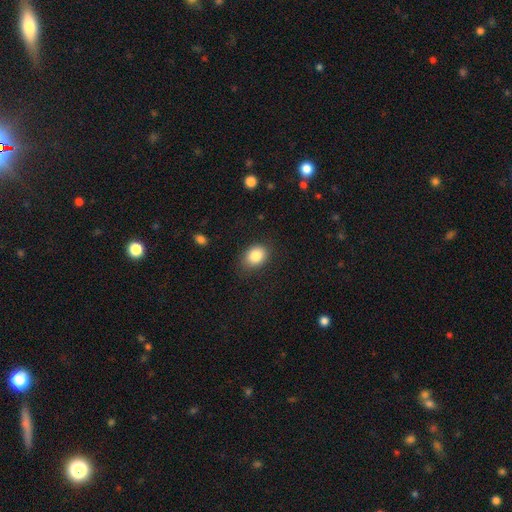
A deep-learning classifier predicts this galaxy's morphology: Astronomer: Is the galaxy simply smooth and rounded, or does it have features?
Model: smooth — 84%.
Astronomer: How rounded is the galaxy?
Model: in between — 59% (runner-up: round, 40%).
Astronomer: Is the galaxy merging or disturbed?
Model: none — 80%.